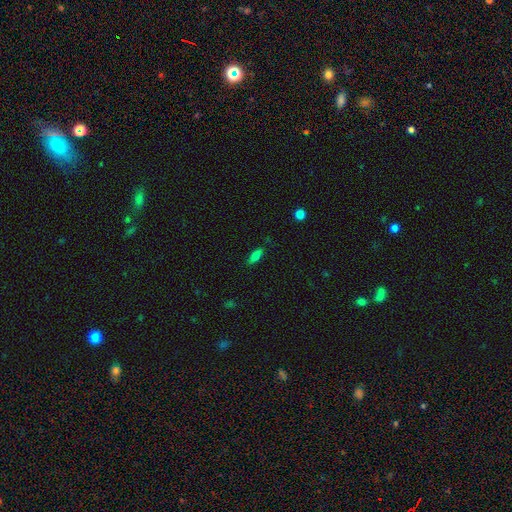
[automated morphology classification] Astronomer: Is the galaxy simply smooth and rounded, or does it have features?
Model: smooth — 76%.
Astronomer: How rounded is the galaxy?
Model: in between — 73%.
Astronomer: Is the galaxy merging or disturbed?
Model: none — 81%.